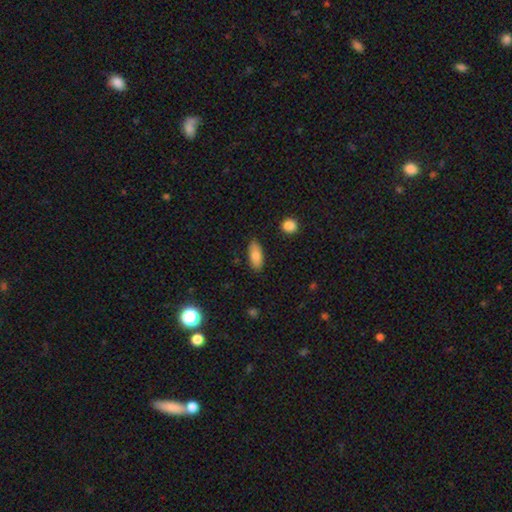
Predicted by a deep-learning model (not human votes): This is clearly a smooth galaxy (81%). How rounded: clearly in between (82%). Merging: clearly none (84%).